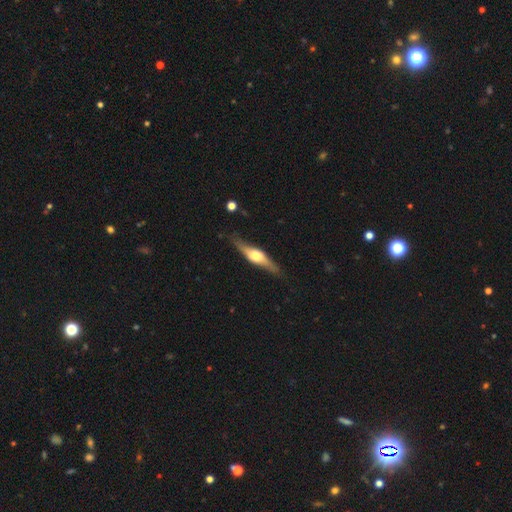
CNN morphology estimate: Overall: featured or disk (72%). Edge-on disk: yes (95%). Edge-on bulge: rounded (92%). Merging: none (84%).